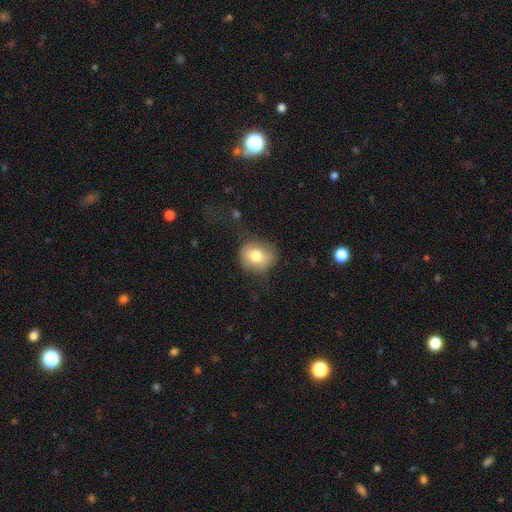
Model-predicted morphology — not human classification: This is likely a smooth galaxy (76%). How rounded: likely round (73%). Merging: likely none (69%).